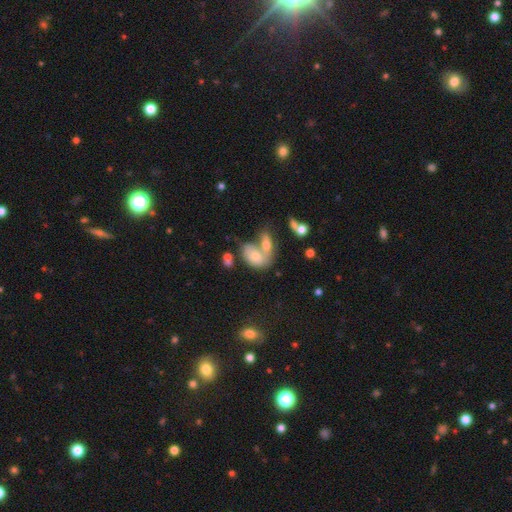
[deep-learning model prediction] Smooth or featured?
  - smooth: 69% *
  - featured or disk: 21%
  - star or artifact: 10%
How rounded?
  - in between: 85% *
  - round: 13%
  - cigar-shaped: 3%
Merging?
  - merger: 53% *
  - none: 27%
  - minor disturbance: 13%
  - major disturbance: 7%